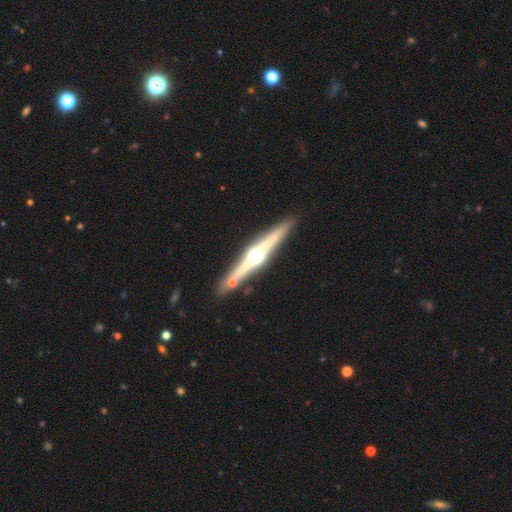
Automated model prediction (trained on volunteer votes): Q: Smooth or featured?
A: featured or disk (79%); runner-up: smooth (16%)
Q: Edge-on disk?
A: yes (98%); runner-up: no (2%)
Q: Edge-on bulge?
A: rounded (95%); runner-up: boxy (3%)
Q: Merging?
A: none (87%); runner-up: minor disturbance (7%)